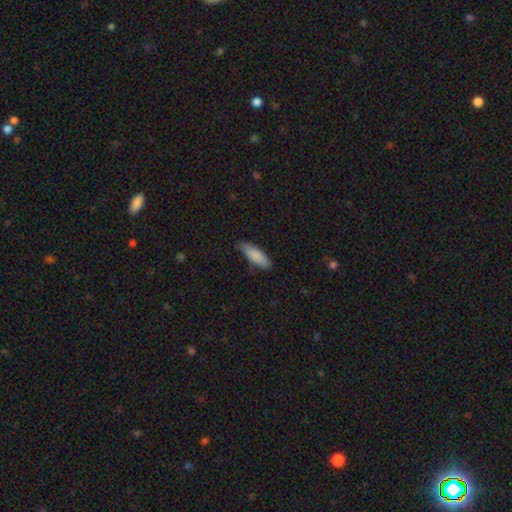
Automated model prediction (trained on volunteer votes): Smooth or featured? Predicted: smooth (p=0.87). How rounded? Predicted: in between (p=0.58). Merging? Predicted: none (p=0.77).